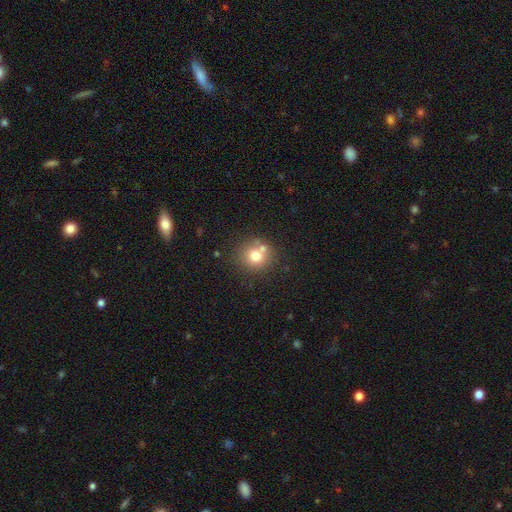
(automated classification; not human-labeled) Smooth or featured? smooth (72%)
How rounded? round (88%)
Merging? none (64%)